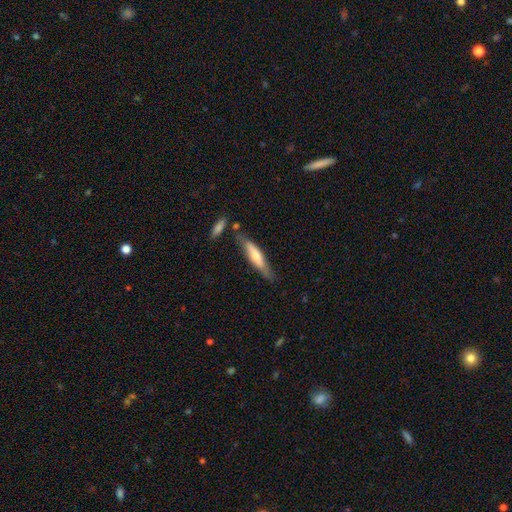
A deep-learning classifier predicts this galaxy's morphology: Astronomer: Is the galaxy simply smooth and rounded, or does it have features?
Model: smooth — 55% (runner-up: featured or disk, 39%).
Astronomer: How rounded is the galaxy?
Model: cigar-shaped — 82%.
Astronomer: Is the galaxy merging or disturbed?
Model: none — 68%.